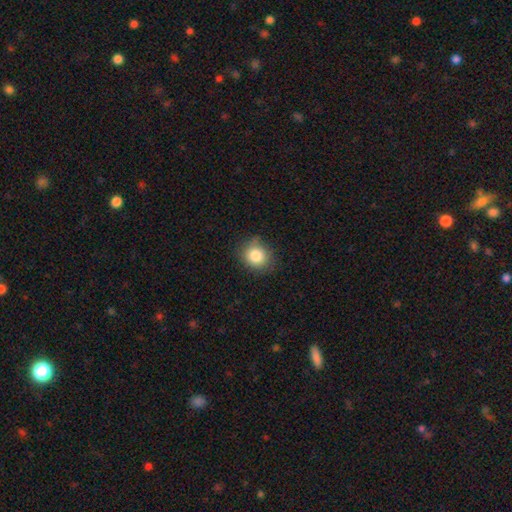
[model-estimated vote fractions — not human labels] Smooth or featured? Predicted: smooth (p=0.83). How rounded? Predicted: round (p=0.76). Merging? Predicted: none (p=0.76).